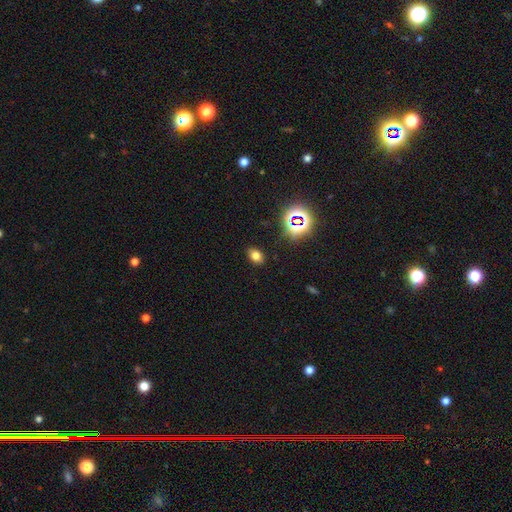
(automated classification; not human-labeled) smooth 71%, star or artifact 21%, featured or disk 8%. Down the decision tree: how rounded — in between (77%); merging — none (87%).